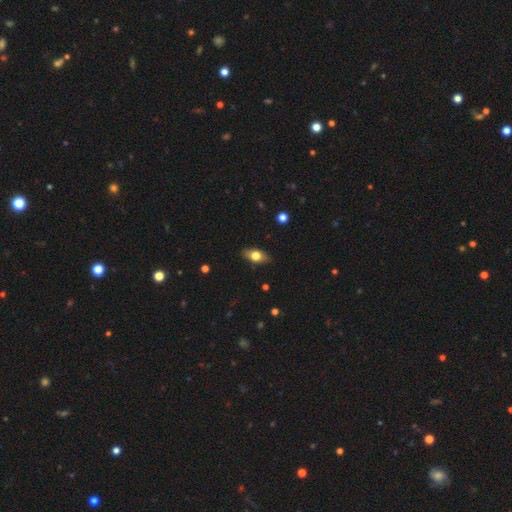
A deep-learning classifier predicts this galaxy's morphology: type=smooth (69%); roundness=in between (84%); merging=none (85%).